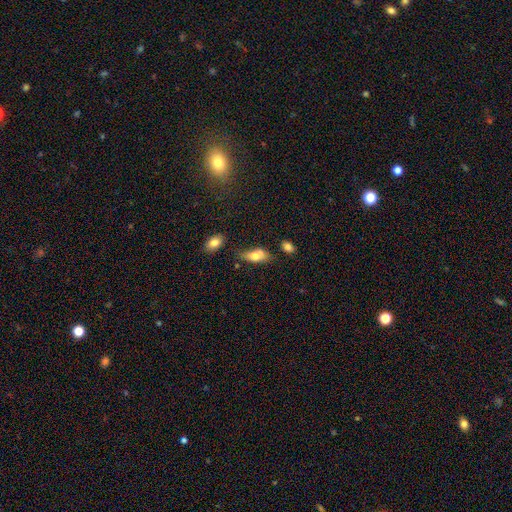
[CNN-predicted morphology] The model was most divided on "merging": none: 55%, minor disturbance: 26%, merger: 11%, major disturbance: 7%. More confident: how rounded — in between (85%); smooth or featured — smooth (72%).